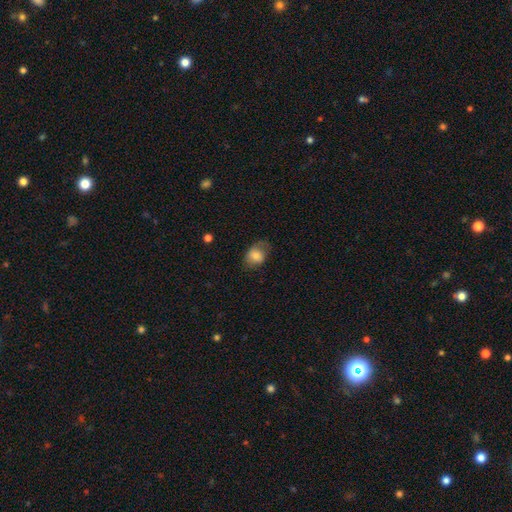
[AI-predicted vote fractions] A smooth galaxy with no disk features (76%) that is in between round and cigar-shaped (57%).

Vote fractions:
- Smooth or featured? smooth: 76% / featured or disk: 15% / star or artifact: 8%
- How rounded? in between: 57% / round: 42% / cigar-shaped: 1%
- Merging? none: 59% / minor disturbance: 26% / major disturbance: 13% / merger: 1%